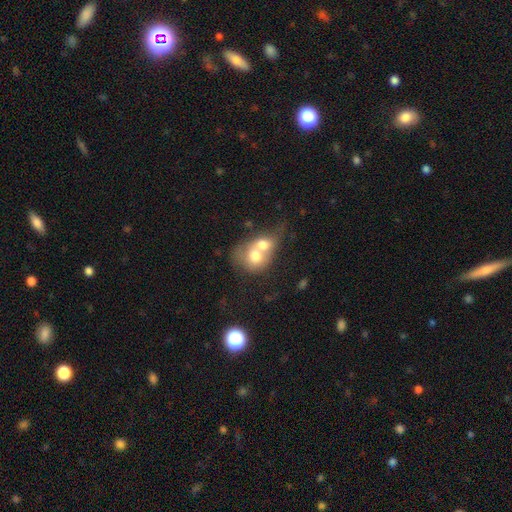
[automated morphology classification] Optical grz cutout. It shows a smooth galaxy with no disk features (64%) that is round (60%). Merging: merger (79%).